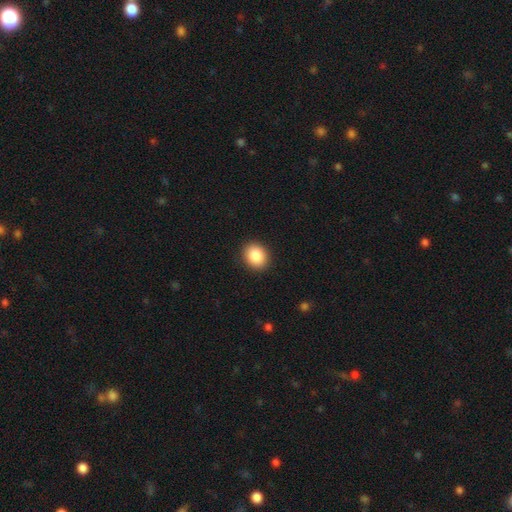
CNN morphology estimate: A smooth galaxy with no disk features (87%) that is round (60%). Merging: none (91%).